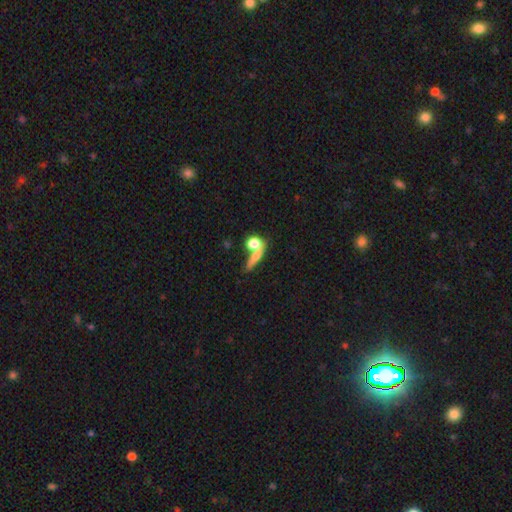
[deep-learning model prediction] This appears to be a smooth galaxy with no disk features (62%) that is cigar-shaped (35%, tied with round). Merging: none (40%).